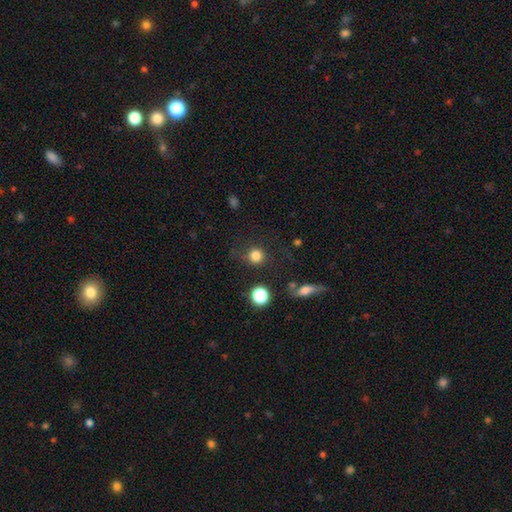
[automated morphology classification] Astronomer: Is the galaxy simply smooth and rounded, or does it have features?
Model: smooth — 81%.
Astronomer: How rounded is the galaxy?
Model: round — 92%.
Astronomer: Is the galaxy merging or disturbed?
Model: none — 76%.